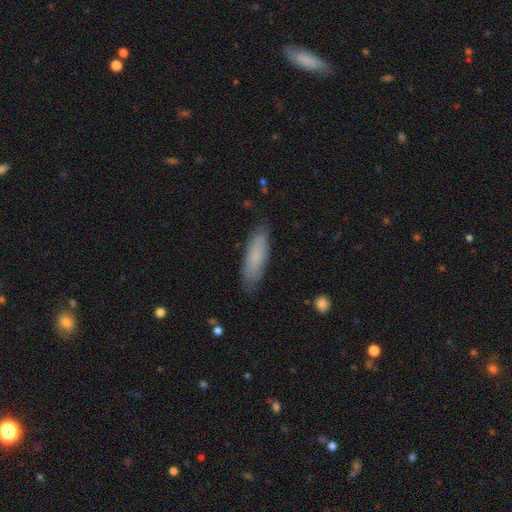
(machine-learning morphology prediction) smooth 74%, featured or disk 20%, star or artifact 7%. Down the decision tree: how rounded — cigar-shaped (62%); merging — none (82%).